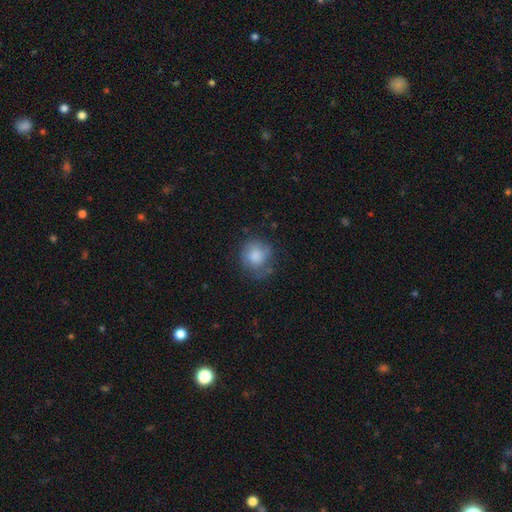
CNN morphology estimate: A smooth galaxy with no disk features (75%) that is round (85%).

Vote fractions:
- Smooth or featured? smooth: 75% / featured or disk: 17% / star or artifact: 8%
- How rounded? round: 85% / in between: 14% / cigar-shaped: 1%
- Merging? none: 60% / minor disturbance: 26% / major disturbance: 12% / merger: 2%